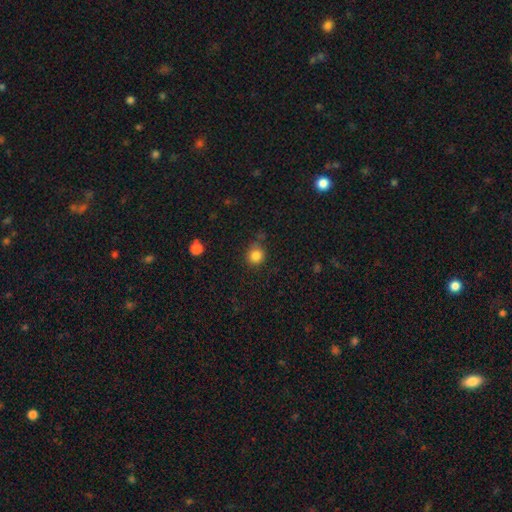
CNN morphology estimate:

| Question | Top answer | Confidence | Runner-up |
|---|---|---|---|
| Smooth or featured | smooth | 84% | star or artifact (11%) |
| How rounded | round | 88% | in between (11%) |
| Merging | none | 76% | minor disturbance (16%) |